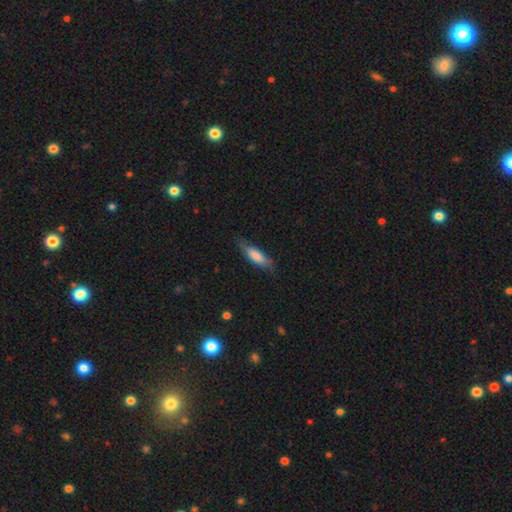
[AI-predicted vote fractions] Q: Smooth or featured?
A: smooth (76%); runner-up: featured or disk (18%)
Q: How rounded?
A: cigar-shaped (50%); runner-up: in between (49%)
Q: Merging?
A: none (72%); runner-up: minor disturbance (21%)